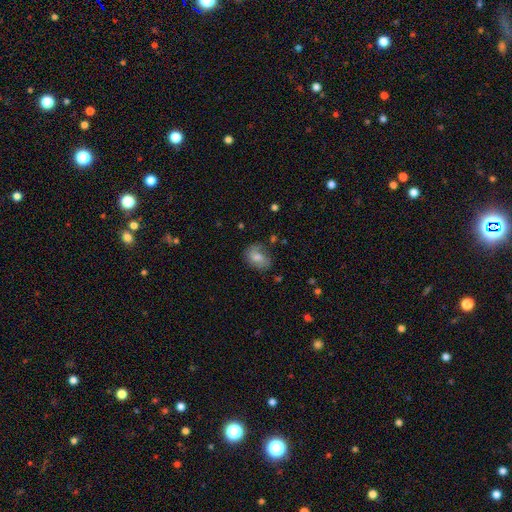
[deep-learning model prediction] A smooth galaxy with no disk features (59%) that is in between round and cigar-shaped (66%).

Vote fractions:
- Smooth or featured? smooth: 59% / featured or disk: 25% / star or artifact: 15%
- How rounded? in between: 66% / round: 32% / cigar-shaped: 2%
- Merging? none: 66% / minor disturbance: 23% / major disturbance: 8% / merger: 3%